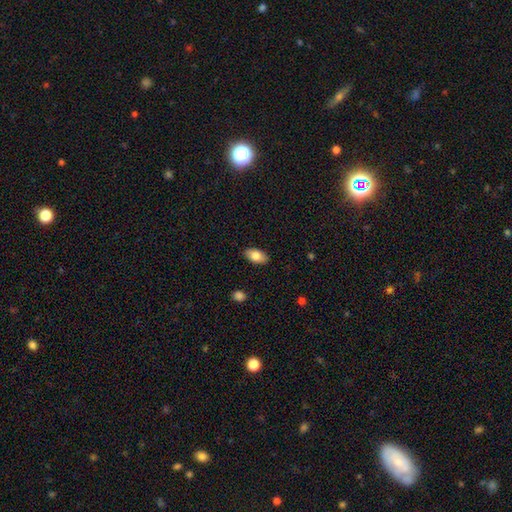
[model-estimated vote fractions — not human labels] Overall: smooth (81%). How rounded: in between (93%). Merging: none (87%).